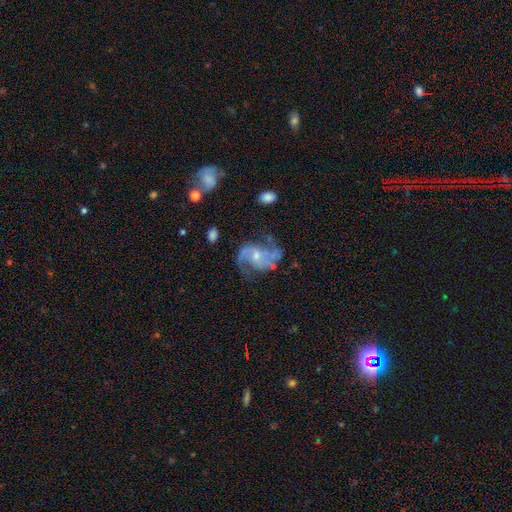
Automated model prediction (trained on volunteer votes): Overall: featured or disk (85%). Edge-on disk: no (97%). Bar: no (57%; weak 33%). Spiral arms: yes (95%). Spiral arm count: 2 (74%). Spiral winding: medium (47%; loose 37%). Bulge size: small (57%; moderate 38%). Merging: none (63%).